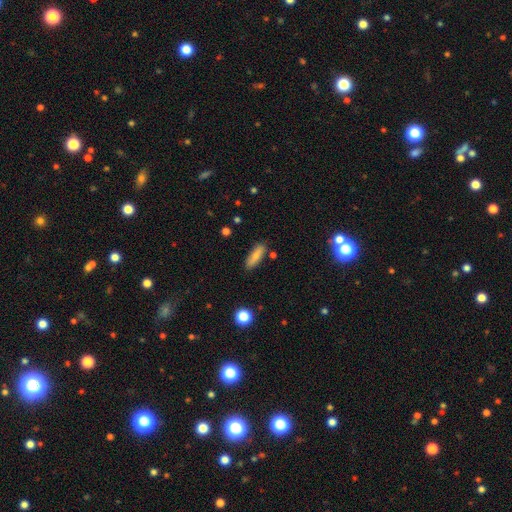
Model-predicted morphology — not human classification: type=smooth (79%); roundness=cigar-shaped (49%); merging=none (83%).